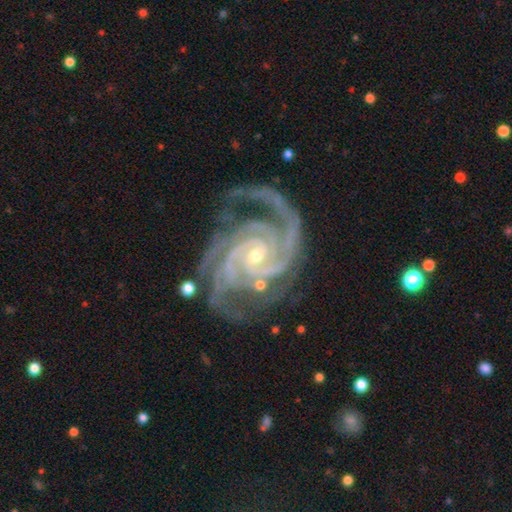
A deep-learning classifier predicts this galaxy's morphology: A featured or disk galaxy (94%) with no bar (54%), 3 (37%) tight (65%) spiral arms (99%) and a small central bulge (70%).

Vote fractions:
- Smooth or featured? featured or disk: 94% / star or artifact: 4% / smooth: 2%
- Edge-on disk? no: 98% / yes: 2%
- Bar? no: 54% / weak: 31% / strong: 16%
- Spiral arms? yes: 99% / no: 1%
- Spiral winding? tight: 65% / medium: 32% / loose: 3%
- Spiral arm count? 3: 37% / 2: 22% / 4: 18% / can't tell: 9% / more than 4: 7% / 1: 7%
- Bulge size? small: 70% / moderate: 27% / large: 1% / none: 1% / dominant: 1%
- Merging? none: 64% / minor disturbance: 20% / major disturbance: 13% / merger: 3%